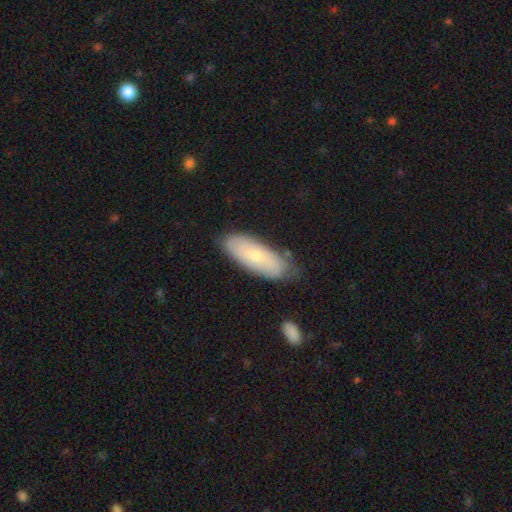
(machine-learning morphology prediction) A smooth galaxy with no disk features (61%) that is in between round and cigar-shaped (72%).

Vote fractions:
- Smooth or featured? smooth: 61% / featured or disk: 33% / star or artifact: 6%
- How rounded? in between: 72% / cigar-shaped: 26% / round: 2%
- Merging? none: 75% / minor disturbance: 20% / major disturbance: 3% / merger: 2%